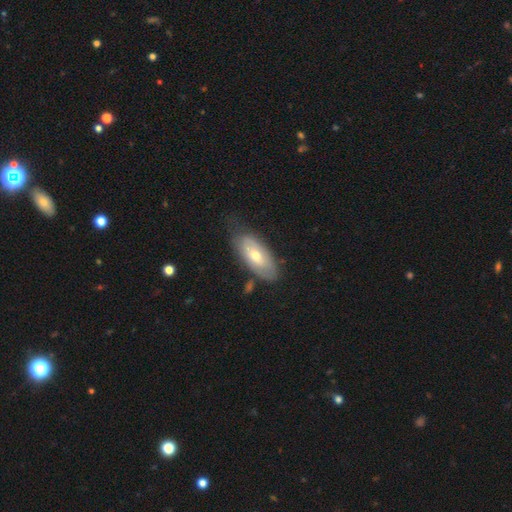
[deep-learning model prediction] A smooth galaxy with no disk features (58%) that is in between round and cigar-shaped (87%).

Vote fractions:
- Smooth or featured? smooth: 58% / featured or disk: 36% / star or artifact: 6%
- How rounded? in between: 87% / cigar-shaped: 10% / round: 3%
- Merging? none: 65% / minor disturbance: 23% / major disturbance: 7% / merger: 4%